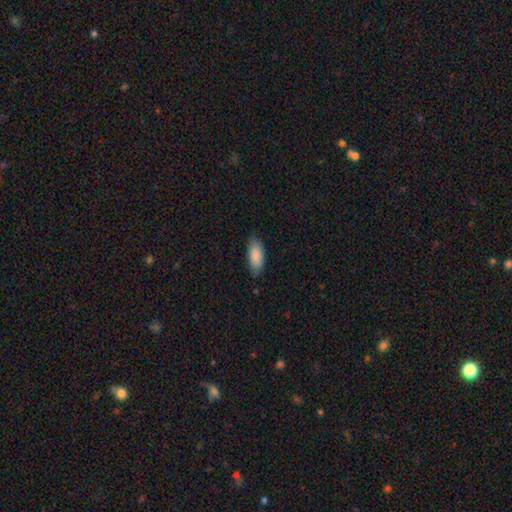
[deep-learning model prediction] This appears to be a smooth galaxy with no disk features (89%) that is in between round and cigar-shaped (85%). Merging: none (83%).